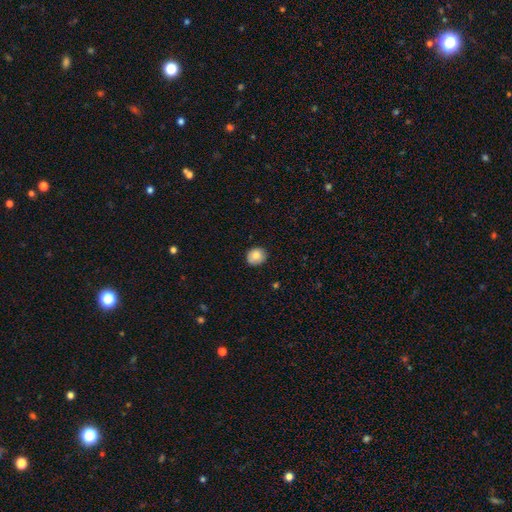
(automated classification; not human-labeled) Smooth or featured?
  - smooth: 84% *
  - star or artifact: 8%
  - featured or disk: 8%
How rounded?
  - round: 83% *
  - in between: 16%
  - cigar-shaped: 1%
Merging?
  - none: 86% *
  - minor disturbance: 11%
  - major disturbance: 2%
  - merger: 1%